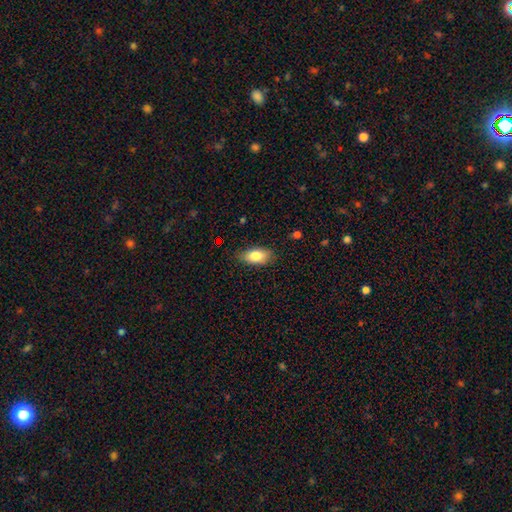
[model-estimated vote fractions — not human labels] Smooth or featured: smooth — 80% (featured or disk — 12%)
How rounded: in between — 89% (cigar-shaped — 6%)
Merging: none — 81% (minor disturbance — 15%)